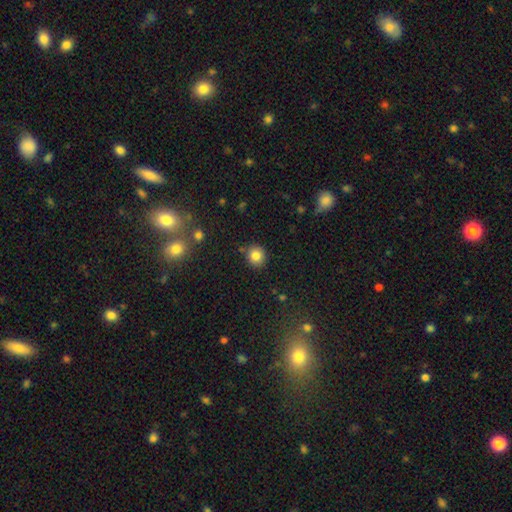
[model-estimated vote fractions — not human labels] Smooth or featured? Predicted: smooth (p=0.83). How rounded? Predicted: round (p=0.88). Merging? Predicted: none (p=0.86).